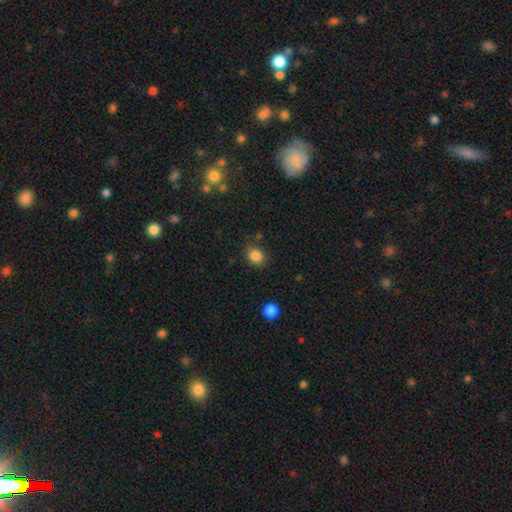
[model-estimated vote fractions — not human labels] Smooth or featured: smooth — 85% (star or artifact — 11%)
How rounded: round — 63% (in between — 36%)
Merging: none — 80% (minor disturbance — 14%)